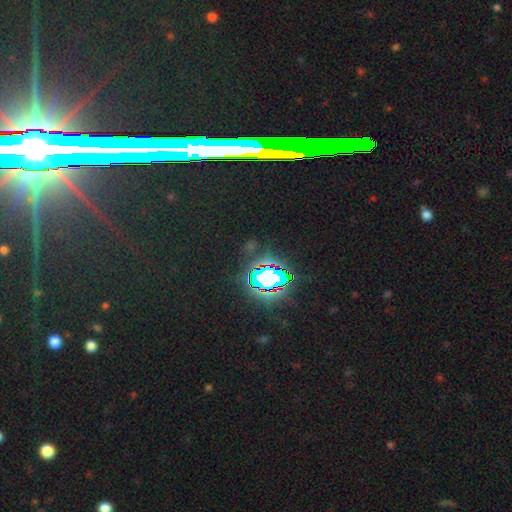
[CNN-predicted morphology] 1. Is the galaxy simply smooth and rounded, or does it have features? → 79% star or artifact, 11% smooth, 10% featured or disk.